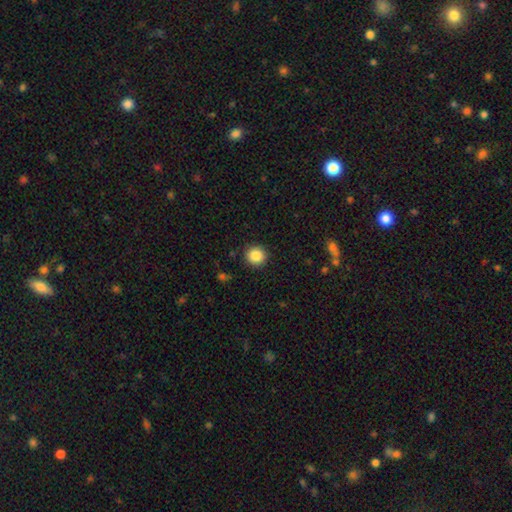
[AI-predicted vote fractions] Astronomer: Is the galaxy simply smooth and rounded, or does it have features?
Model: smooth — 87%.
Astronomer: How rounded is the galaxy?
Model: round — 93%.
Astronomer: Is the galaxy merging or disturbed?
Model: none — 91%.